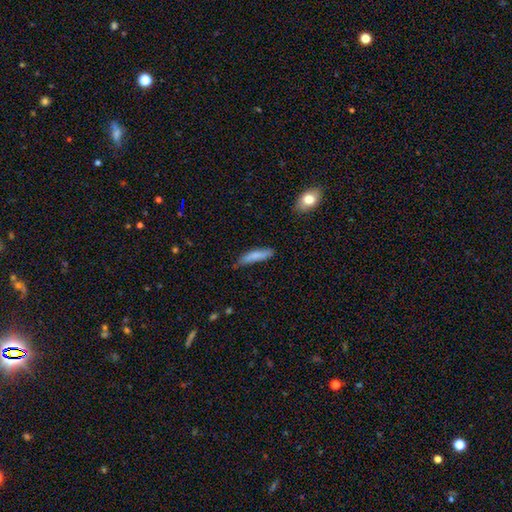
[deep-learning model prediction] smooth_or_featured: smooth (p=0.80) [alt: featured or disk p=0.14]
how_rounded: cigar-shaped (p=0.81) [alt: in between p=0.18]
merging: none (p=0.73) [alt: minor disturbance p=0.21]